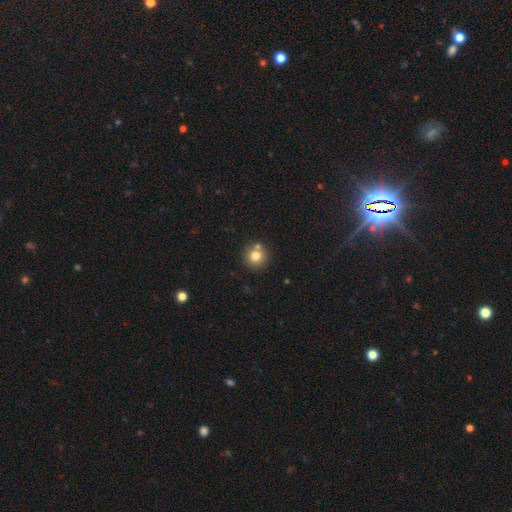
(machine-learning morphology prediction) Q: Smooth or featured?
A: smooth (79%); runner-up: star or artifact (12%)
Q: How rounded?
A: round (93%); runner-up: in between (6%)
Q: Merging?
A: none (74%); runner-up: merger (15%)